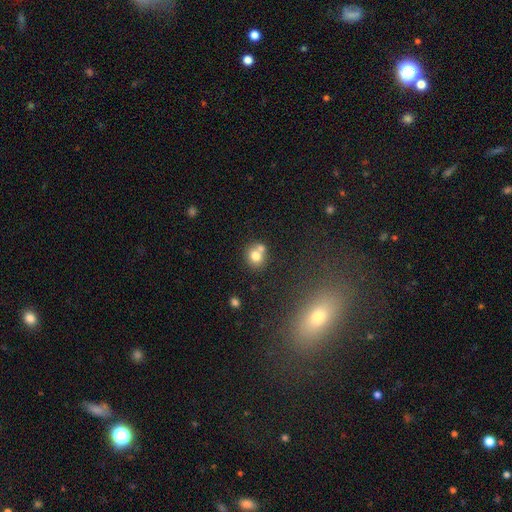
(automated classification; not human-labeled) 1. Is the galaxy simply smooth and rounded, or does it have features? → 74% smooth, 14% featured or disk, 11% star or artifact.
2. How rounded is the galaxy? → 76% round, 23% in between, 1% cigar-shaped.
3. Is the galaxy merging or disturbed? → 47% none, 41% merger, 9% minor disturbance, 3% major disturbance.